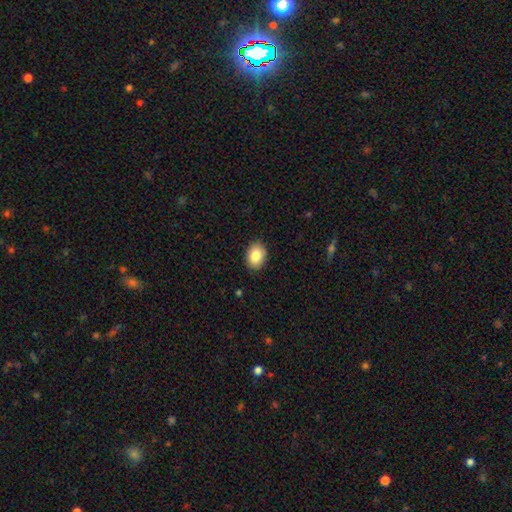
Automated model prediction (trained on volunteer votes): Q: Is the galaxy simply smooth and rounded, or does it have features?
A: smooth — 85%.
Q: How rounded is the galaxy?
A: in between — 69%.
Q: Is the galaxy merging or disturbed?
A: none — 89%.